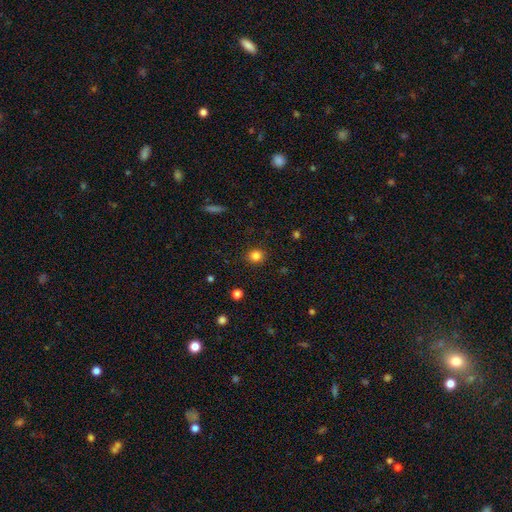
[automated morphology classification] Q: Smooth or featured?
A: smooth (83%); runner-up: star or artifact (12%)
Q: How rounded?
A: round (83%); runner-up: in between (16%)
Q: Merging?
A: none (90%); runner-up: minor disturbance (7%)